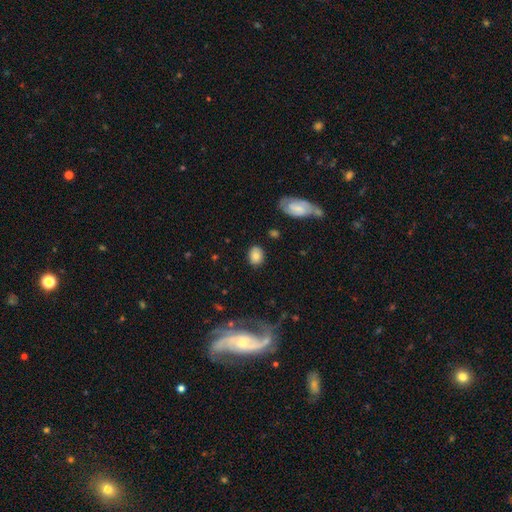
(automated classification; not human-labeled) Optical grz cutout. It shows a smooth galaxy with no disk features (79%) that is in between round and cigar-shaped (61%). Merging: none (82%).